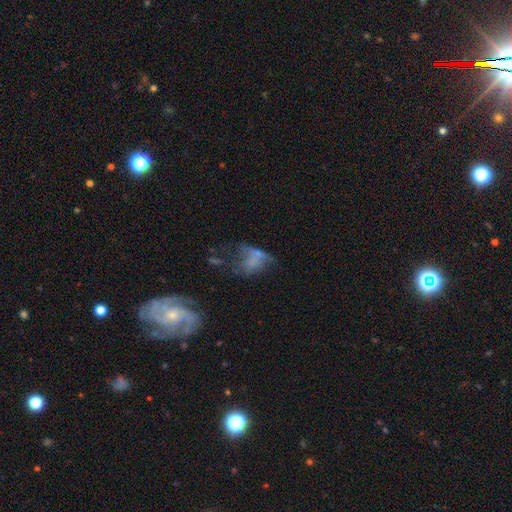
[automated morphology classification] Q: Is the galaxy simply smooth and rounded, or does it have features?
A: featured or disk — 42%.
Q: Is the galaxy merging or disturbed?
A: major disturbance — 40%.